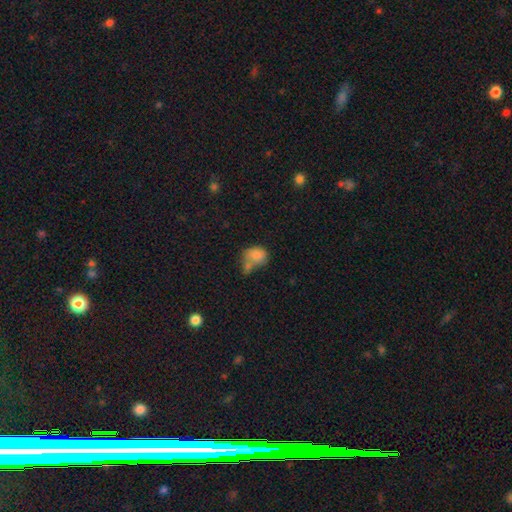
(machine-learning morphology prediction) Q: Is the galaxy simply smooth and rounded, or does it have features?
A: smooth — 79%.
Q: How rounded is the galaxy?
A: round — 50%.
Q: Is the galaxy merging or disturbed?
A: merger — 46%.